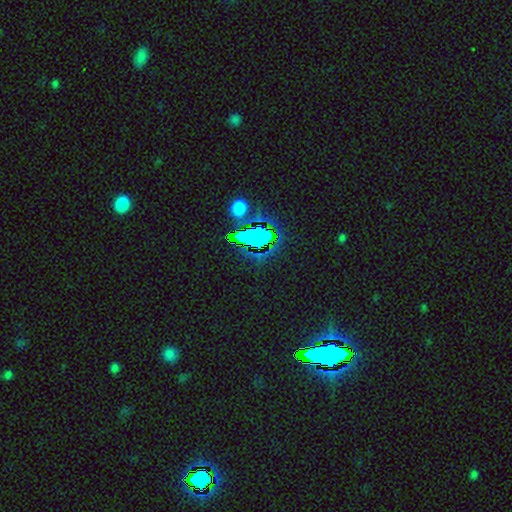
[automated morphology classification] A star or artifact, not a galaxy (81%).

Vote fractions:
- Smooth or featured? star or artifact: 81% / smooth: 11% / featured or disk: 8%